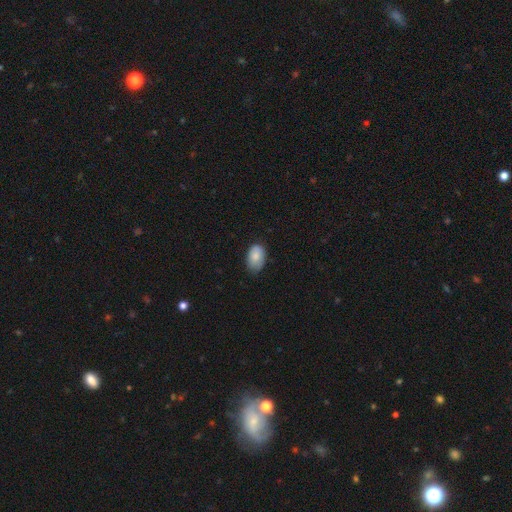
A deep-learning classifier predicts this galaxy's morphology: Smooth or featured? Predicted: smooth (p=0.85). How rounded? Predicted: in between (p=0.90). Merging? Predicted: none (p=0.72).